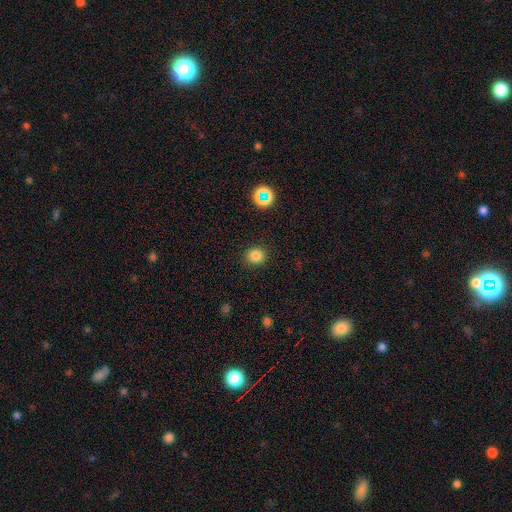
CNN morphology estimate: smooth_or_featured: smooth (p=0.82) [alt: star or artifact p=0.14]
how_rounded: round (p=0.83) [alt: in between p=0.16]
merging: none (p=0.89) [alt: minor disturbance p=0.07]